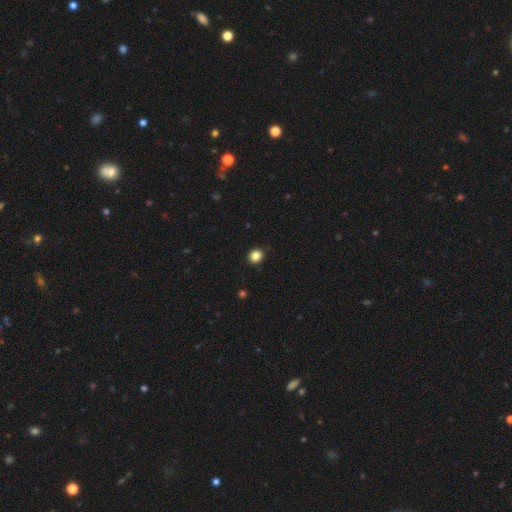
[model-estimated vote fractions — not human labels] Smooth or featured: smooth — 85% (star or artifact — 11%)
How rounded: round — 88% (in between — 11%)
Merging: none — 92% (minor disturbance — 6%)